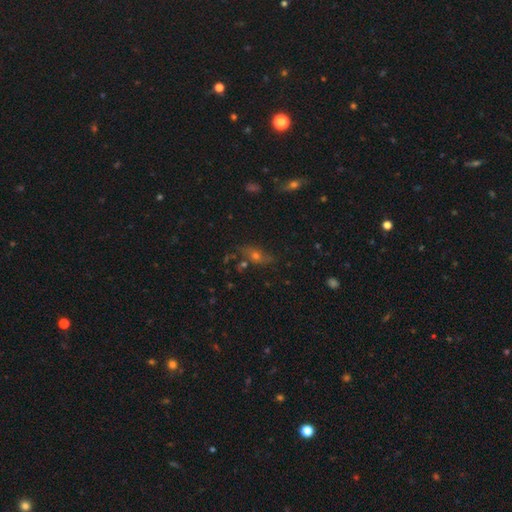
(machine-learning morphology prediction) smooth 38%, featured or disk 34%, star or artifact 28%. Down the decision tree: merging — none (63%).